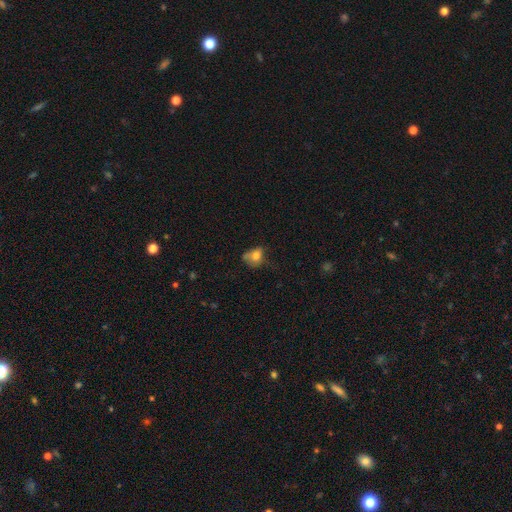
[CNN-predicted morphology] smooth-or-featured: smooth: 72% | featured or disk: 16% | star or artifact: 12%
  how-rounded: in between: 58% | round: 41% | cigar-shaped: 2%
  merging: none: 35% | minor disturbance: 34% | major disturbance: 25% | merger: 6%